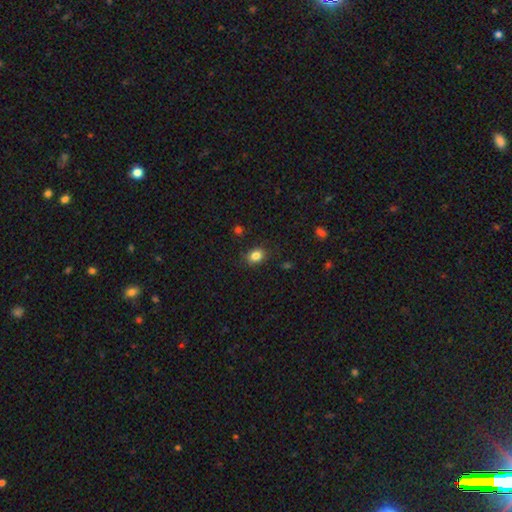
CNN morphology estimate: smooth-or-featured: smooth: 83% | star or artifact: 11% | featured or disk: 6%
  how-rounded: in between: 56% | round: 43% | cigar-shaped: 1%
  merging: none: 86% | minor disturbance: 11% | major disturbance: 3% | merger: 1%